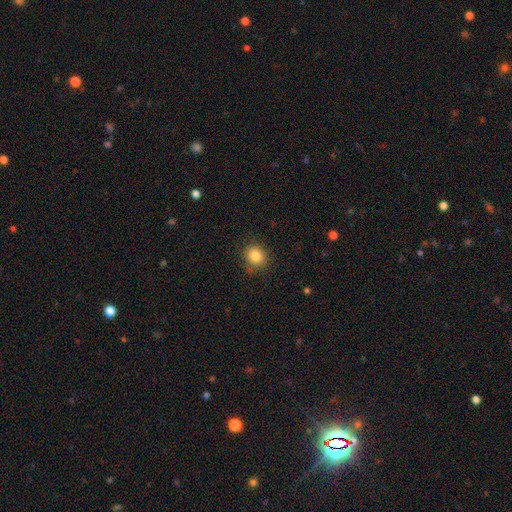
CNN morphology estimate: This appears to be a smooth galaxy with no disk features (84%) that is round (83%). Merging: none (85%).